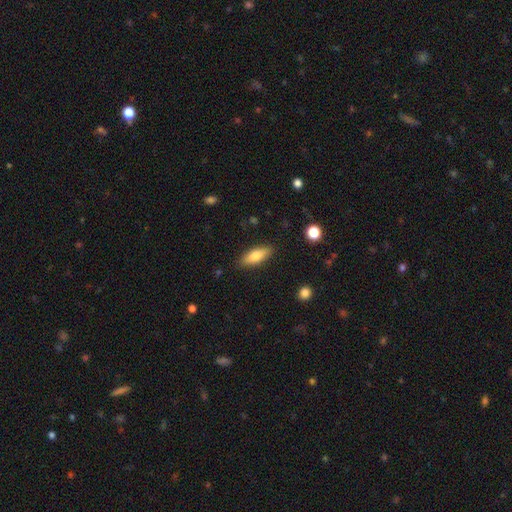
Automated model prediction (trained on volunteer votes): Overall: smooth (71%). How rounded: in between (67%; cigar-shaped 30%). Merging: none (86%).